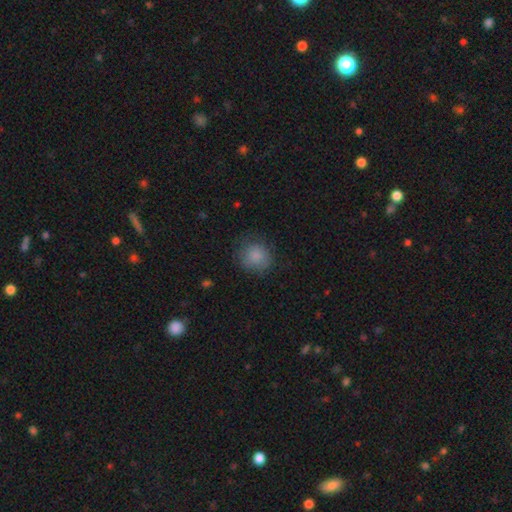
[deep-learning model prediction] Morphology: type=smooth (84%); roundness=round (85%); merging=none (75%).